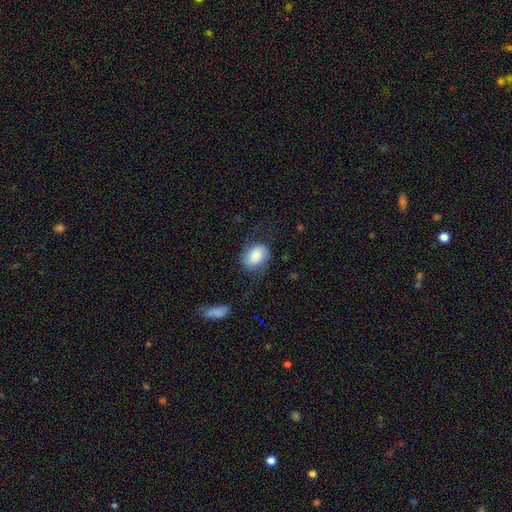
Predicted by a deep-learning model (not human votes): smooth-or-featured: smooth: 70% | featured or disk: 22% | star or artifact: 8%
  how-rounded: in between: 71% | round: 28% | cigar-shaped: 1%
  merging: none: 61% | minor disturbance: 23% | major disturbance: 14% | merger: 2%